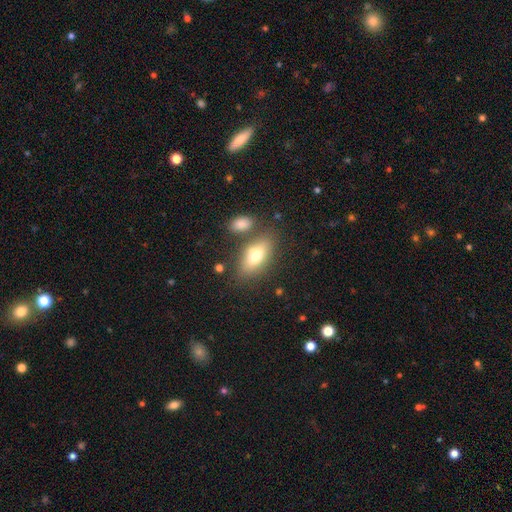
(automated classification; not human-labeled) This appears to be a smooth galaxy with no disk features (72%) that is in between round and cigar-shaped (84%). Merging: none (71%).